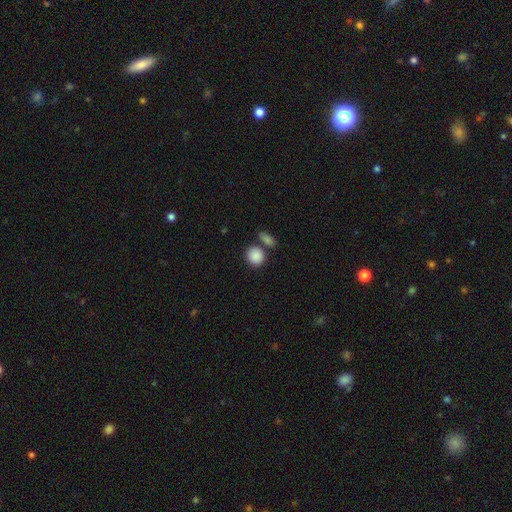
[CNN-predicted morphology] A smooth galaxy with no disk features (88%) that is round (77%).

Vote fractions:
- Smooth or featured? smooth: 88% / star or artifact: 8% / featured or disk: 4%
- How rounded? round: 77% / in between: 22% / cigar-shaped: 1%
- Merging? none: 64% / merger: 21% / minor disturbance: 11% / major disturbance: 4%